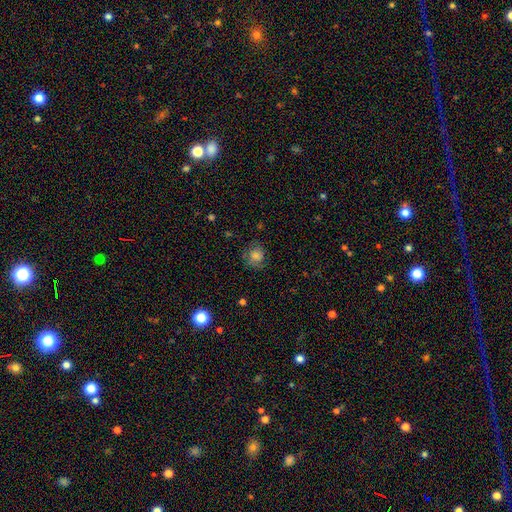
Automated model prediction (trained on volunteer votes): Smooth or featured? Predicted: smooth (p=0.70). How rounded? Predicted: round (p=0.75). Merging? Predicted: none (p=0.69).